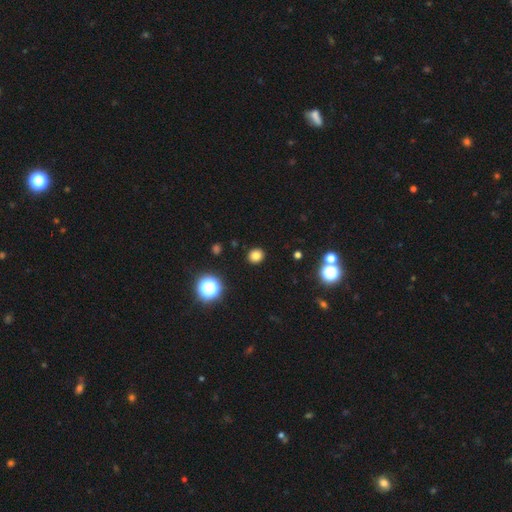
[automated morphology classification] Smooth or featured? smooth (80%)
How rounded? round (82%)
Merging? none (91%)